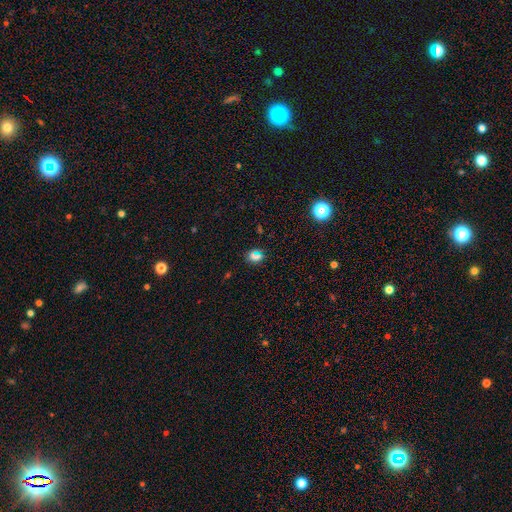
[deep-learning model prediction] Smooth or featured? smooth (60%)
How rounded? round (51%)
Merging? none (81%)